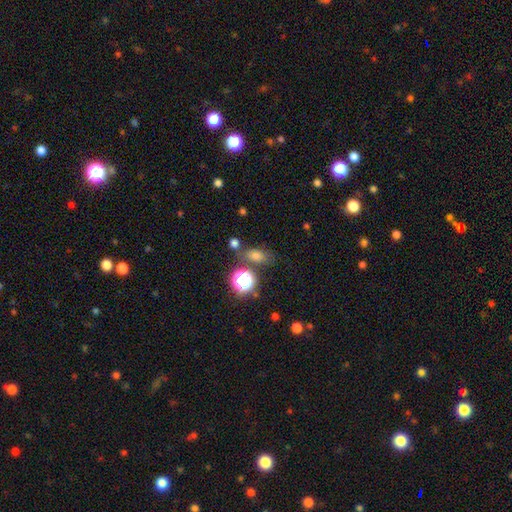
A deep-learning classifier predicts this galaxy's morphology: Smooth or featured: smooth — 65% (star or artifact — 25%)
How rounded: in between — 68% (round — 27%)
Merging: none — 71% (minor disturbance — 14%)